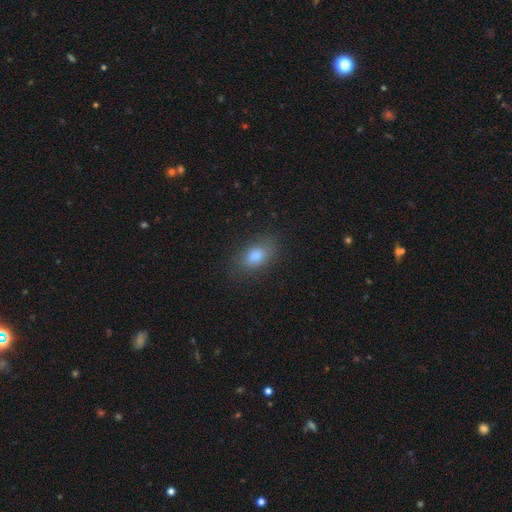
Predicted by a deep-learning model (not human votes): Smooth or featured? smooth (80%)
How rounded? in between (85%)
Merging? none (81%)